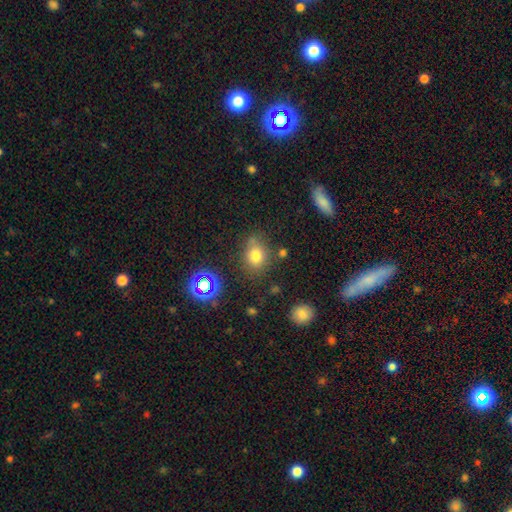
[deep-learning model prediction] smooth 73%, star or artifact 17%, featured or disk 9%. Down the decision tree: how rounded — round (54%); merging — none (70%).